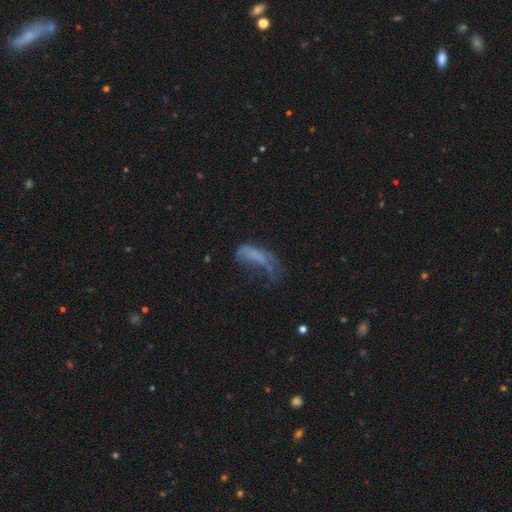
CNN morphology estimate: smooth_or_featured: smooth (p=0.48) [alt: featured or disk p=0.37]
merging: major disturbance (p=0.51) [alt: none p=0.22]